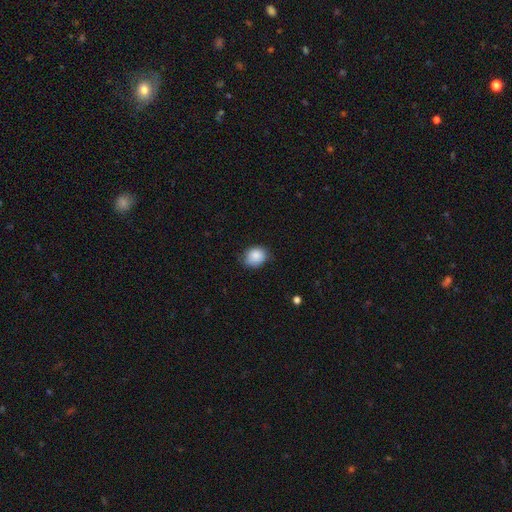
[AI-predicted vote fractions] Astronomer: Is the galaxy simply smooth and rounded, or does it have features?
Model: smooth — 85%.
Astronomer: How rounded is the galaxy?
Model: round — 53% (runner-up: in between, 46%).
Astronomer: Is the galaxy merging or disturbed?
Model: none — 69%.